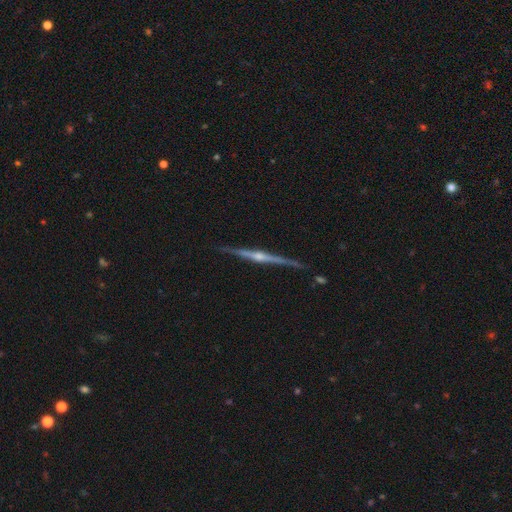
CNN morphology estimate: Smooth or featured: featured or disk — 87% (smooth — 8%)
Edge-on disk: yes — 99% (no — 1%)
Edge-on bulge: rounded — 83% (none — 9%)
Merging: none — 89% (minor disturbance — 8%)